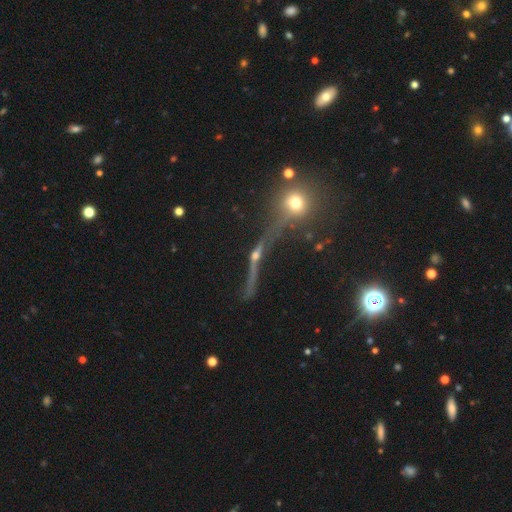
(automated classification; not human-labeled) Smooth or featured: featured or disk — 62% (star or artifact — 22%)
Edge-on disk: yes — 72% (no — 28%)
Merging: none — 47% (merger — 21%)